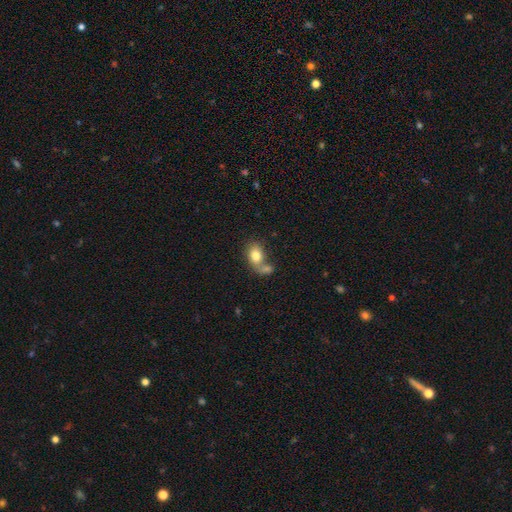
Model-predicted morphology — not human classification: A smooth galaxy with no disk features (78%) that is in between round and cigar-shaped (70%).

Vote fractions:
- Smooth or featured? smooth: 78% / featured or disk: 14% / star or artifact: 8%
- How rounded? in between: 70% / round: 29% / cigar-shaped: 1%
- Merging? merger: 49% / none: 32% / minor disturbance: 12% / major disturbance: 7%